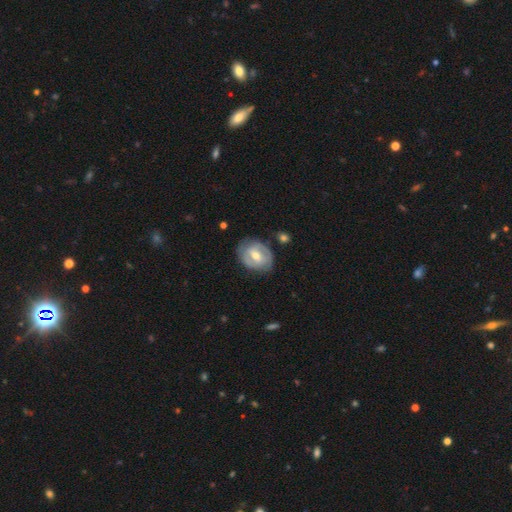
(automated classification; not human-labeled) featured or disk 64%, smooth 31%, star or artifact 6%. Down the decision tree: edge-on disk — no (95%); bar — weak (49%); spiral arms — yes (59%); bulge size — moderate (66%); merging — none (73%).